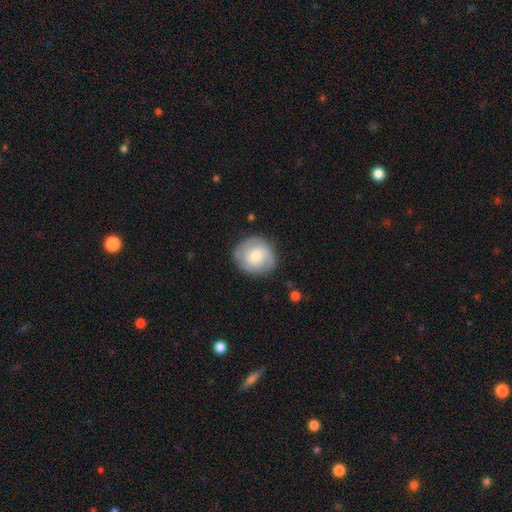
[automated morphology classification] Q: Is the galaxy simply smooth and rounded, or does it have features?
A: smooth — 50%.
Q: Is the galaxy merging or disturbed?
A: none — 79%.